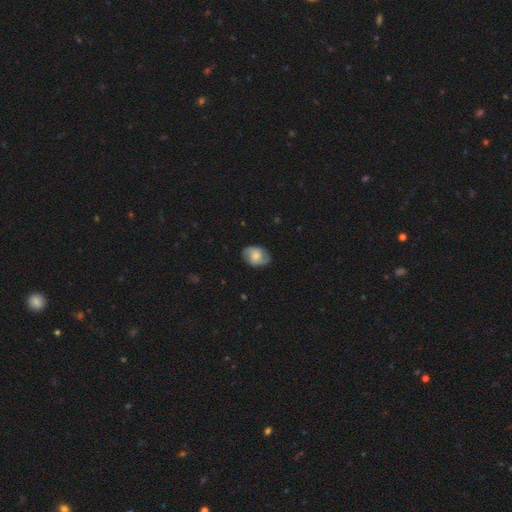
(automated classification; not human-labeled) Smooth or featured: featured or disk — 57% (smooth — 35%)
Edge-on disk: no — 97% (yes — 3%)
Bar: no — 64% (weak — 30%)
Spiral arms: yes — 89% (no — 11%)
Bulge size: small — 43% (moderate — 39%)
Merging: none — 80% (minor disturbance — 15%)